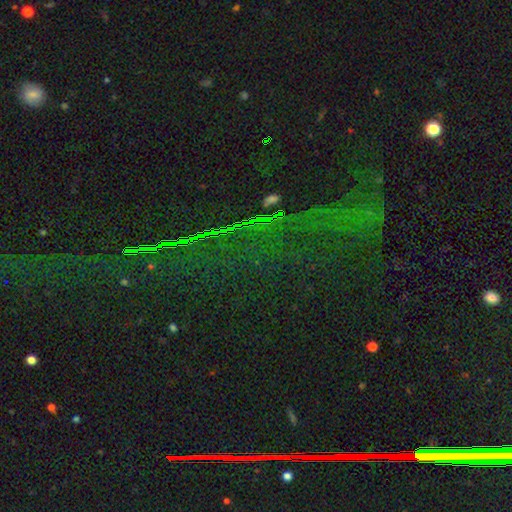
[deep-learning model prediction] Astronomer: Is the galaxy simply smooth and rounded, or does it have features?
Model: star or artifact — 83%.